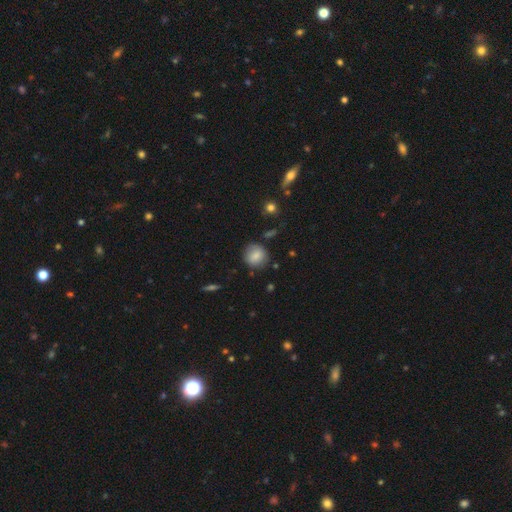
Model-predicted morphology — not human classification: This is clearly a smooth galaxy (81%). How rounded: clearly round (84%). Merging: clearly none (80%).